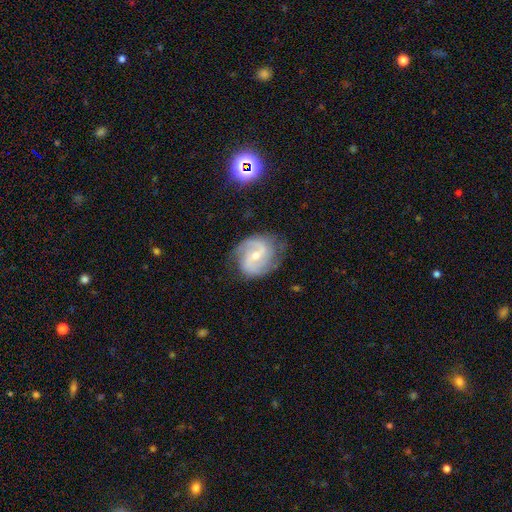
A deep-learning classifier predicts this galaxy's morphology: Smooth or featured?
  - featured or disk: 86% *
  - smooth: 8%
  - star or artifact: 6%
Edge-on disk?
  - no: 98% *
  - yes: 2%
Bar?
  - weak: 50% *
  - no: 30%
  - strong: 20%
Spiral arms?
  - yes: 97% *
  - no: 3%
Spiral winding?
  - medium: 51% *
  - loose: 25%
  - tight: 23%
Spiral arm count?
  - 2: 87% *
  - can't tell: 5%
  - 3: 4%
  - 1: 2%
  - 4: 1%
  - more than 4: 1%
Bulge size?
  - small: 56% *
  - moderate: 41%
  - none: 1%
  - large: 1%
  - dominant: 1%
Merging?
  - none: 76% *
  - minor disturbance: 17%
  - major disturbance: 6%
  - merger: 1%